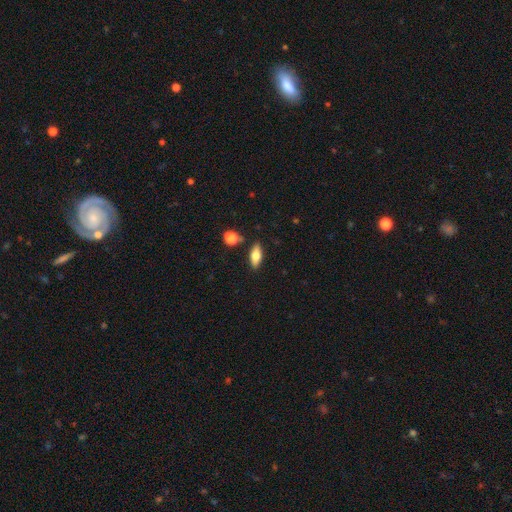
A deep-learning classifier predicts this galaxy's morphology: Smooth or featured?
  - smooth: 71% *
  - featured or disk: 22%
  - star or artifact: 7%
How rounded?
  - in between: 79% *
  - cigar-shaped: 17%
  - round: 4%
Merging?
  - none: 84% *
  - minor disturbance: 10%
  - merger: 4%
  - major disturbance: 2%